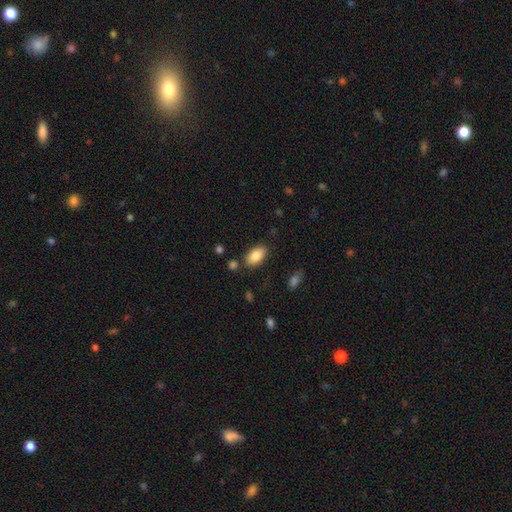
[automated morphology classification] Smooth or featured: smooth — 85% (featured or disk — 8%)
How rounded: in between — 94% (round — 4%)
Merging: none — 84% (minor disturbance — 11%)